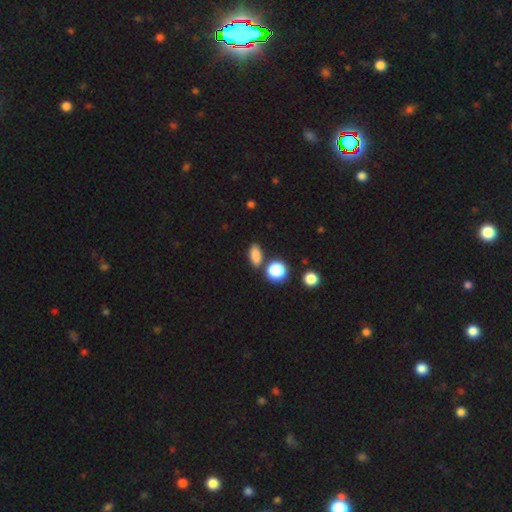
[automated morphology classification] This is clearly a smooth galaxy (85%). How rounded: likely in between (76%). Merging: likely none (76%).